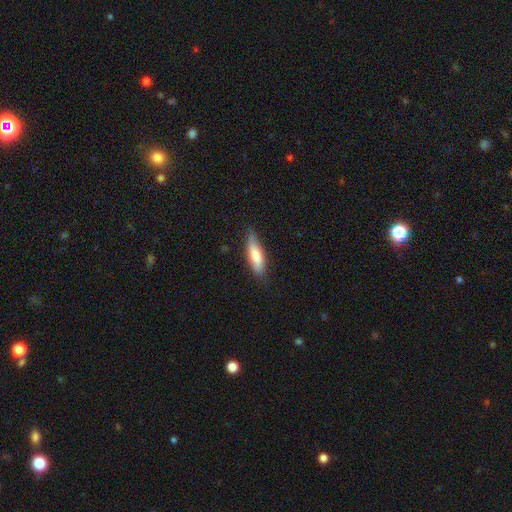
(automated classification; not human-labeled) This appears to be a smooth galaxy with no disk features (78%) that is cigar-shaped (54%). Merging: none (76%).